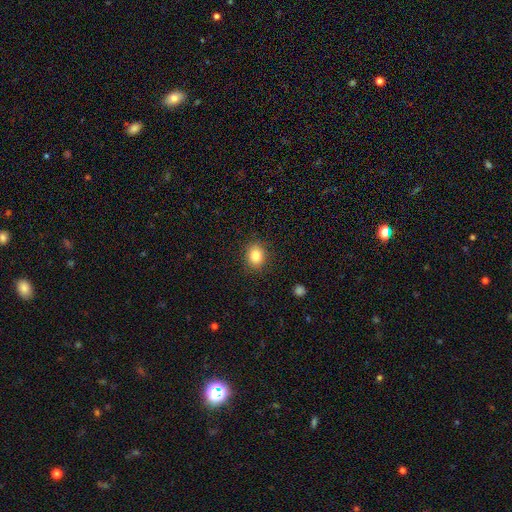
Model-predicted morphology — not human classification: type=smooth (84%); roundness=round (60%); merging=none (88%).